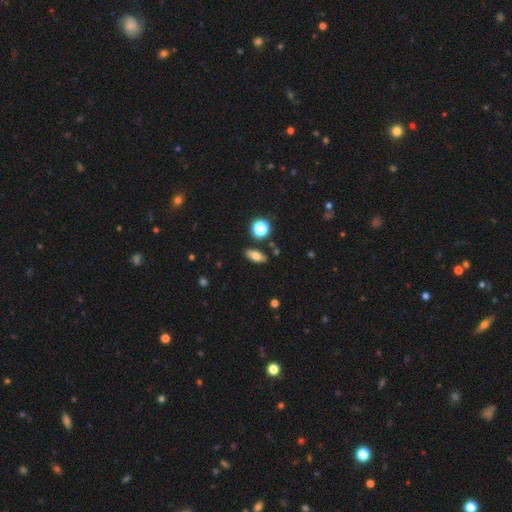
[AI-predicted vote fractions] This is likely a smooth galaxy (72%). How rounded: likely in between (77%). Merging: clearly none (84%).